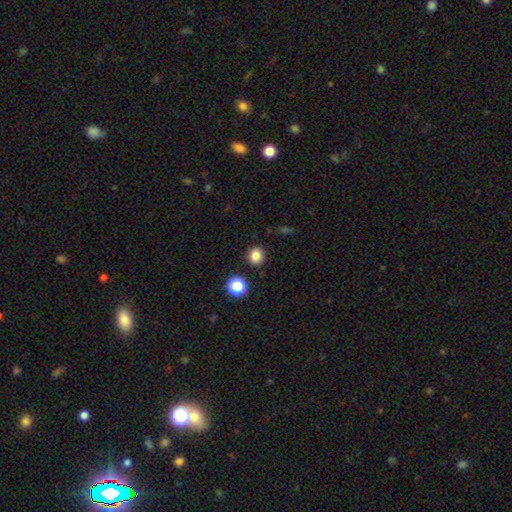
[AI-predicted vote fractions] smooth-or-featured: smooth: 84% | star or artifact: 12% | featured or disk: 4%
  how-rounded: round: 84% | in between: 15% | cigar-shaped: 1%
  merging: none: 90% | minor disturbance: 6% | merger: 2% | major disturbance: 2%